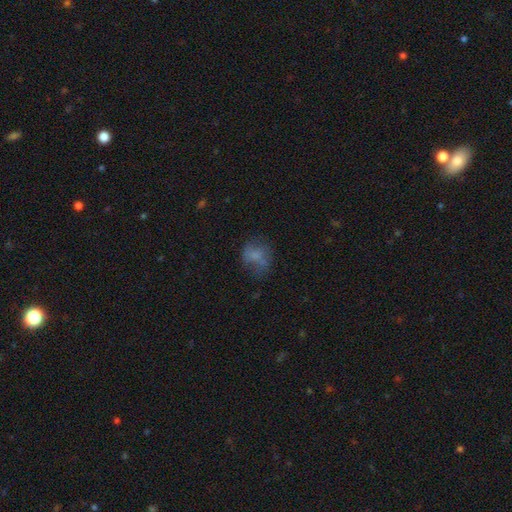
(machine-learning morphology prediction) This is possibly a smooth galaxy (60%). How rounded: possibly round (59%). Merging: possibly none (49%).